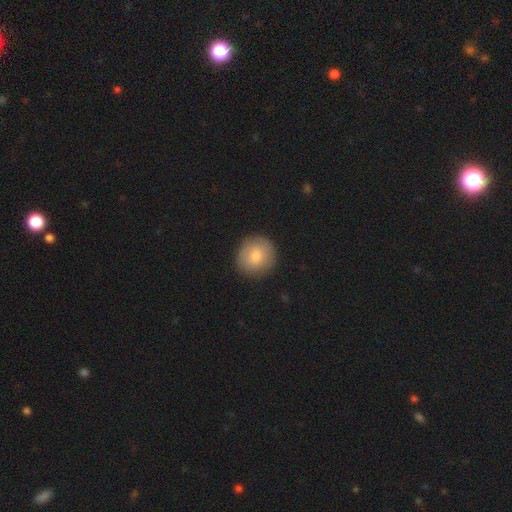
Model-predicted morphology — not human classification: Smooth or featured: smooth — 78% (featured or disk — 14%)
How rounded: round — 90% (in between — 9%)
Merging: none — 90% (minor disturbance — 7%)